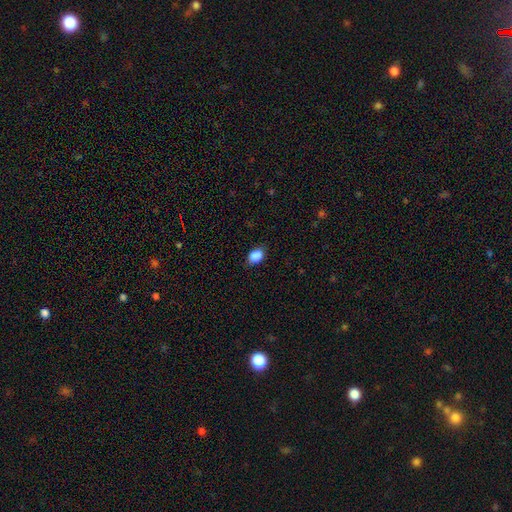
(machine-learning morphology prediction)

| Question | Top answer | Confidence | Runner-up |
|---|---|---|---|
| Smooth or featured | smooth | 88% | star or artifact (9%) |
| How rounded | in between | 81% | round (18%) |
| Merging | none | 77% | minor disturbance (18%) |